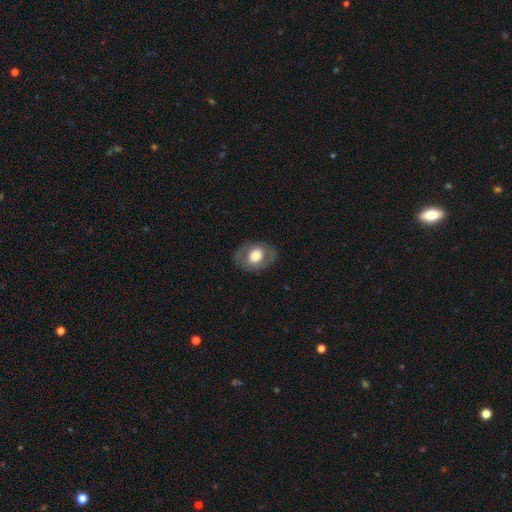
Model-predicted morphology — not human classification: Smooth or featured: smooth — 53% (featured or disk — 41%)
How rounded: in between — 69% (round — 30%)
Merging: none — 79% (minor disturbance — 13%)